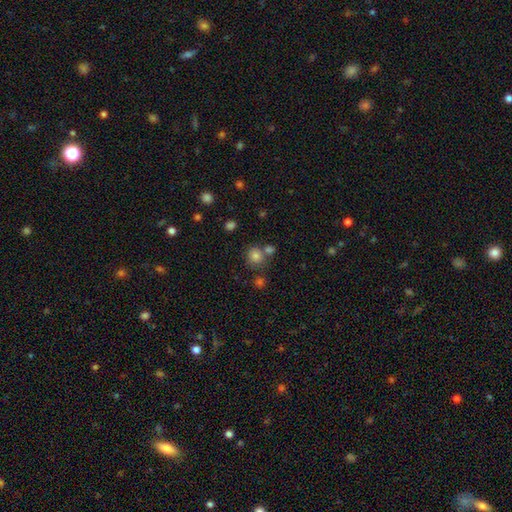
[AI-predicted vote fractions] smooth 80%, star or artifact 13%, featured or disk 7%. Down the decision tree: how rounded — round (83%); merging — none (65%).